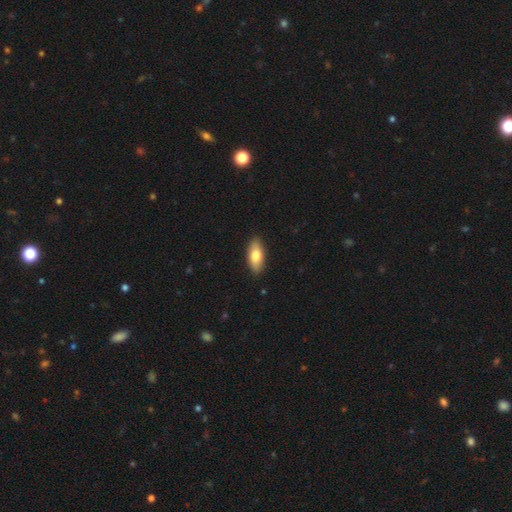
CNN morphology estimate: A smooth galaxy with no disk features (78%) that is in between round and cigar-shaped (85%). Merging: none (89%).